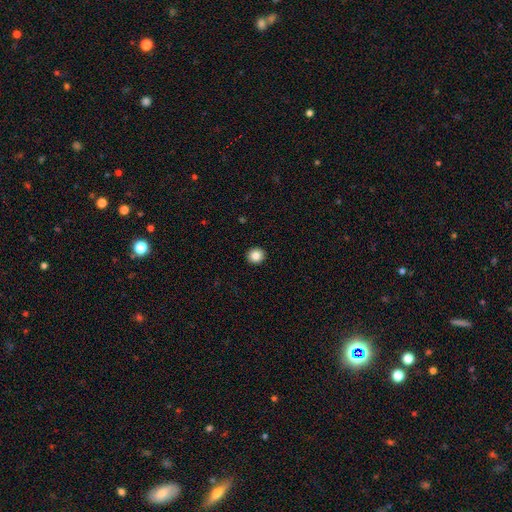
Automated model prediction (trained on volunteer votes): This is clearly a smooth galaxy (85%). How rounded: clearly round (90%). Merging: clearly none (93%).